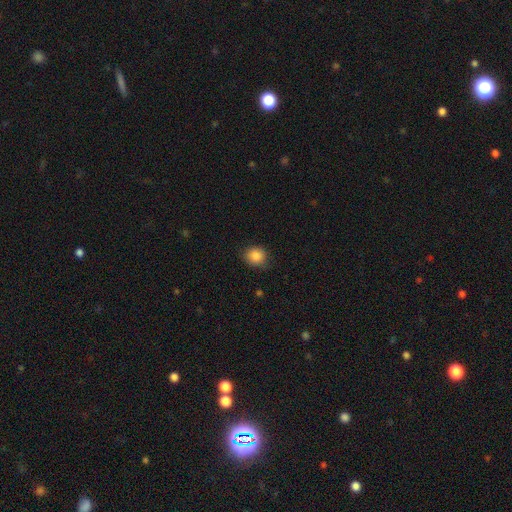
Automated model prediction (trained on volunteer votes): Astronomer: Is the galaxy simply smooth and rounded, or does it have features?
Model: smooth — 86%.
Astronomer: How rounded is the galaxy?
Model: round — 79%.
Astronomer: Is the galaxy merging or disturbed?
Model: none — 79%.